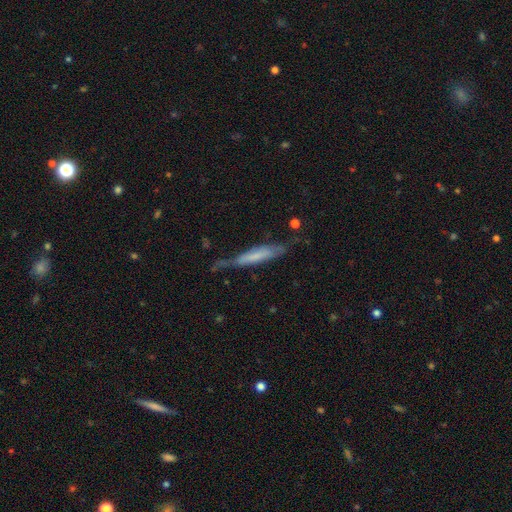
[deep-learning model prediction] Overall: smooth (48%; featured or disk 45%). Merging: none (52%; minor disturbance 30%).